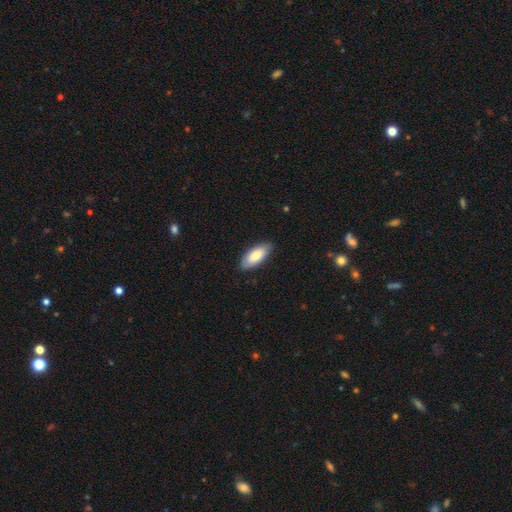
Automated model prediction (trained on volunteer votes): A smooth galaxy with no disk features (79%) that is in between round and cigar-shaped (87%). Merging: none (85%).